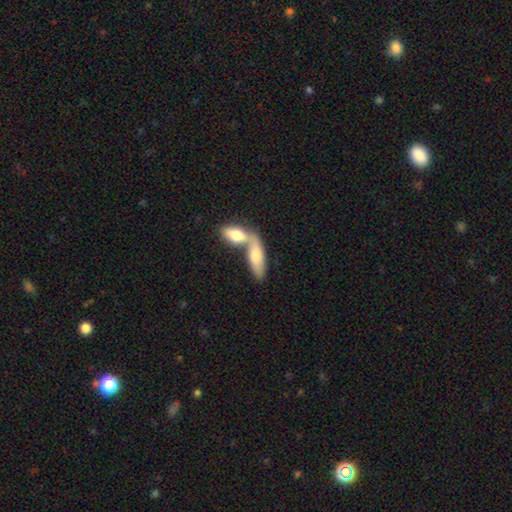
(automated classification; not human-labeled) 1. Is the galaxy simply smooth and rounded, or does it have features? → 71% smooth, 24% featured or disk, 5% star or artifact.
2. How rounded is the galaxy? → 68% in between, 29% cigar-shaped, 3% round.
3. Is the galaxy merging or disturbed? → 67% merger, 22% none, 7% minor disturbance, 4% major disturbance.